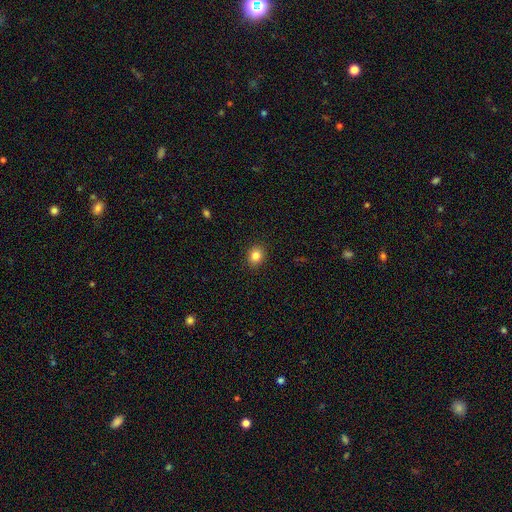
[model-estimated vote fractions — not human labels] Smooth or featured: smooth — 84% (star or artifact — 11%)
How rounded: round — 60% (in between — 39%)
Merging: none — 91% (minor disturbance — 7%)